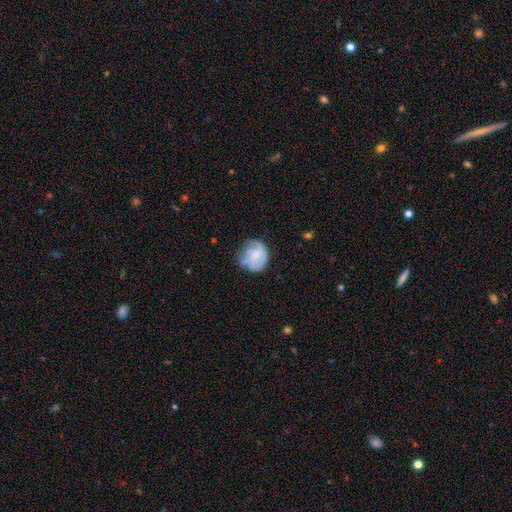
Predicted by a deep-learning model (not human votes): This appears to be a smooth galaxy with no disk features (47%). Merging: none (50%).